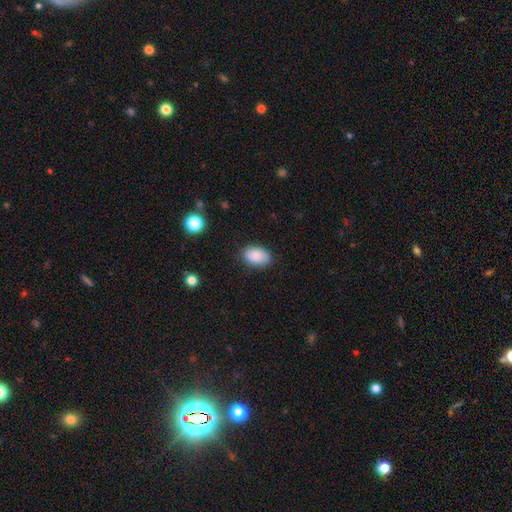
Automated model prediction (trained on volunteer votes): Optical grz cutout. It shows a smooth galaxy with no disk features (87%) that is in between round and cigar-shaped (88%). Merging: none (82%).